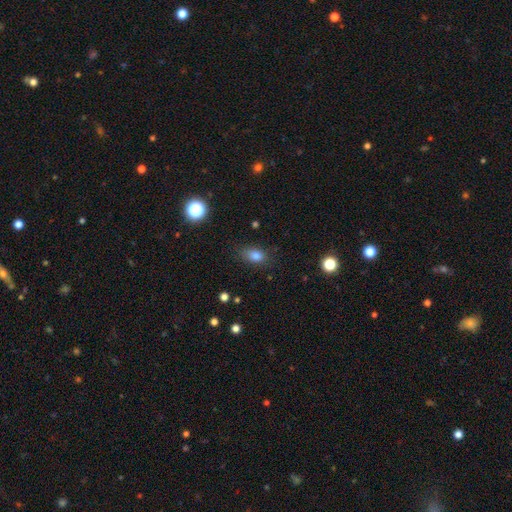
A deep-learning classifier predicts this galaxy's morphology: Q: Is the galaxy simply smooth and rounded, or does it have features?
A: smooth — 79%.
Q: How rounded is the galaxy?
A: in between — 82%.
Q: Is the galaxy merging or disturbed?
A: none — 80%.